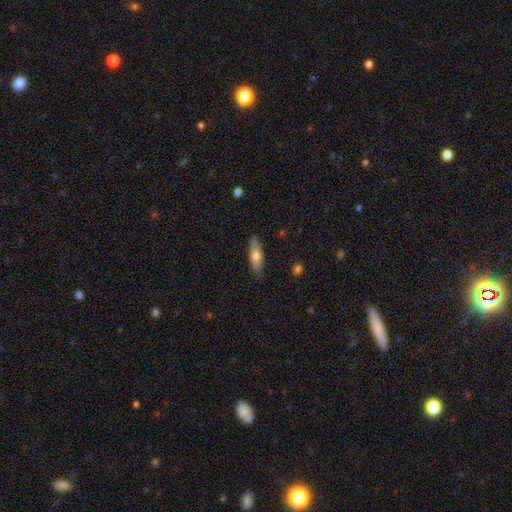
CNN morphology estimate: Smooth or featured: smooth — 66% (featured or disk — 28%)
How rounded: in between — 51% (cigar-shaped — 46%)
Merging: none — 86% (minor disturbance — 11%)